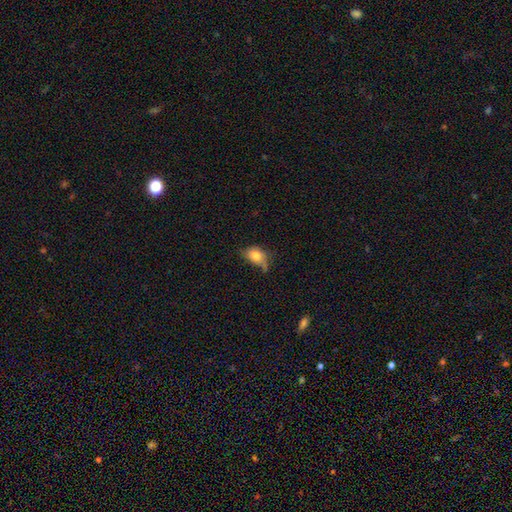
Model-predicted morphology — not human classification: This appears to be a smooth galaxy with no disk features (80%) that is in between round and cigar-shaped (75%). Merging: none (40%).